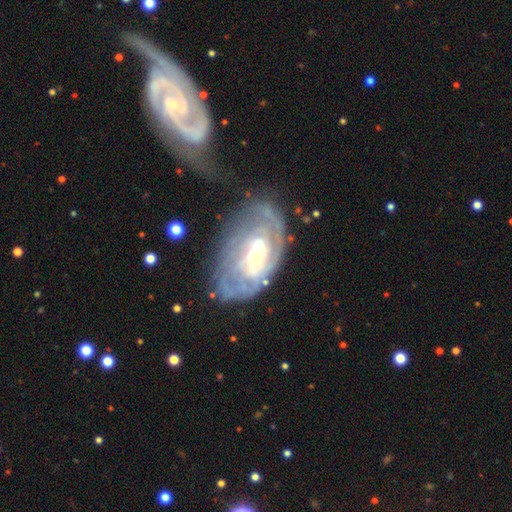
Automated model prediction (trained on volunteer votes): Smooth or featured? featured or disk (81%)
Edge-on disk? no (95%)
Bar? no (54%)
Spiral arms? yes (87%)
Spiral winding? tight (65%)
Spiral arm count? can't tell (48%)
Bulge size? small (47%)
Merging? none (63%)